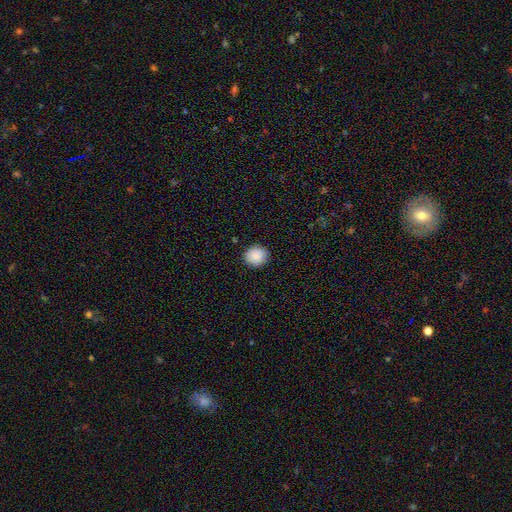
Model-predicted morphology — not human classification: The model was most divided on "how rounded": round: 84%, in between: 15%, cigar-shaped: 1%. More confident: merging — none (91%); smooth or featured — smooth (88%).